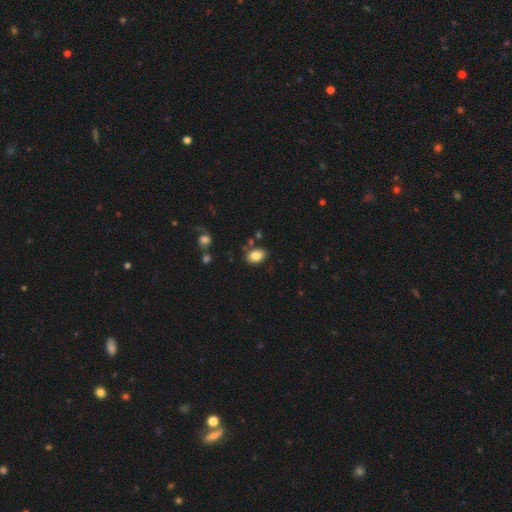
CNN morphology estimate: Smooth or featured?
  - smooth: 84% *
  - star or artifact: 8%
  - featured or disk: 8%
How rounded?
  - in between: 81% *
  - round: 18%
  - cigar-shaped: 1%
Merging?
  - none: 80% *
  - minor disturbance: 12%
  - merger: 5%
  - major disturbance: 3%